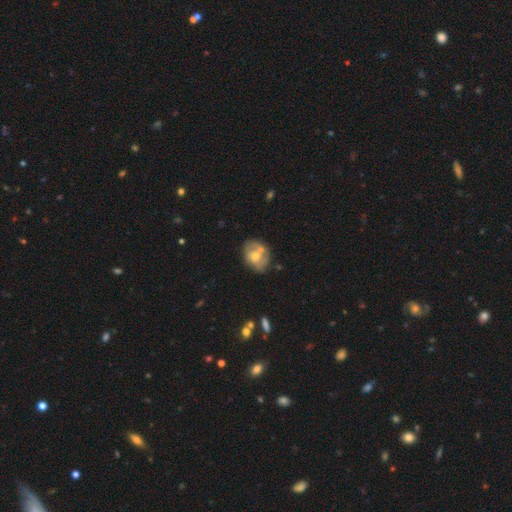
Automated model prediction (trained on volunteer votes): Q: Smooth or featured?
A: featured or disk (51%); runner-up: smooth (41%)
Q: Edge-on disk?
A: no (96%); runner-up: yes (4%)
Q: Merging?
A: none (52%); runner-up: minor disturbance (23%)